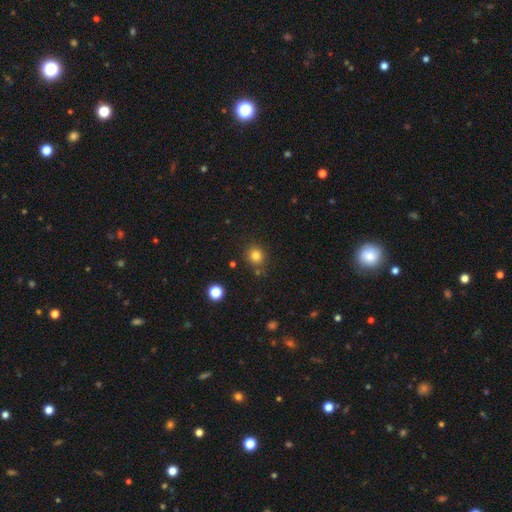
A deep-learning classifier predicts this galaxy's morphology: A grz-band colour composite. It shows a smooth galaxy with no disk features (81%) that is round (89%). Merging: none (83%).